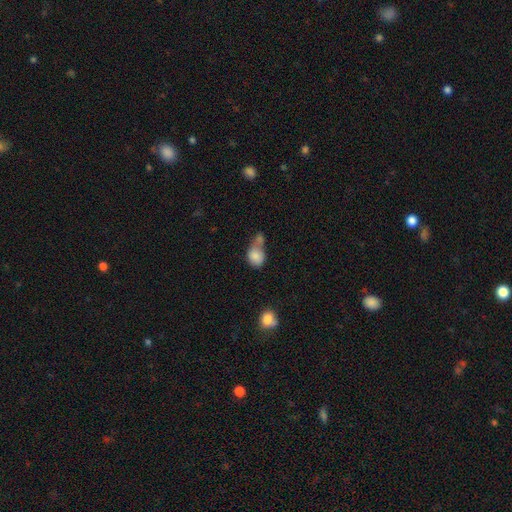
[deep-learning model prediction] This is clearly a smooth galaxy (81%). How rounded: possibly in between (55%). Merging: possibly merger (53%).